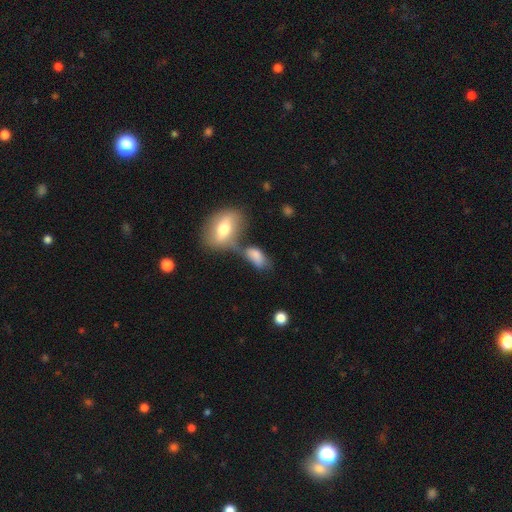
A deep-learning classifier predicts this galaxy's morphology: Smooth or featured: smooth — 74% (featured or disk — 18%)
How rounded: in between — 86% (cigar-shaped — 9%)
Merging: merger — 42% (none — 32%)